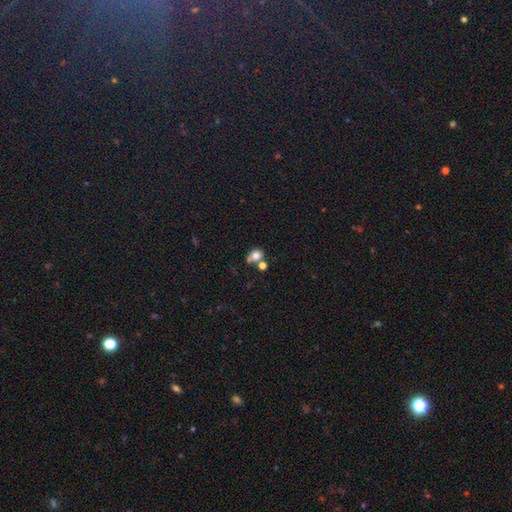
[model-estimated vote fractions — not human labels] This is likely a smooth galaxy (76%). How rounded: possibly round (57%). Merging: marginally none (44%).